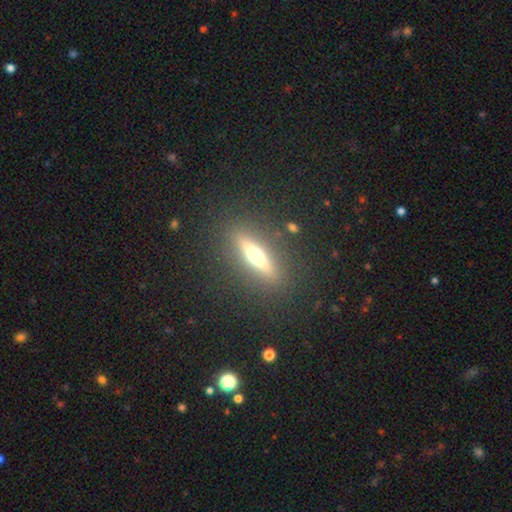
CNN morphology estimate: A featured or disk galaxy (62%) viewed edge-on (91%) with a rounded central bulge (94%).

Vote fractions:
- Smooth or featured? featured or disk: 62% / smooth: 29% / star or artifact: 9%
- Edge-on disk? yes: 91% / no: 9%
- Edge-on bulge? rounded: 94% / boxy: 4% / none: 3%
- Merging? none: 87% / minor disturbance: 8% / major disturbance: 4% / merger: 2%